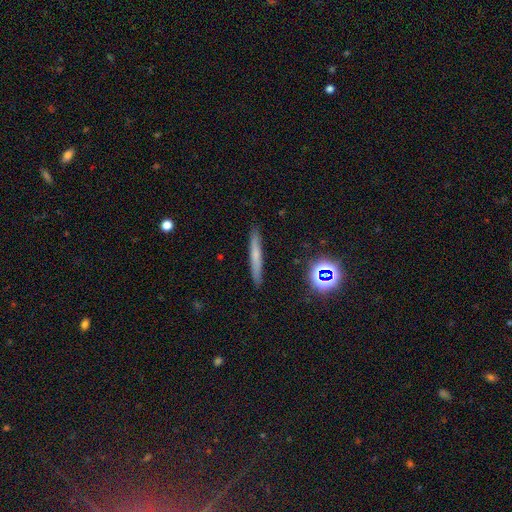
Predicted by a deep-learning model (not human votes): Morphology: type=smooth (56%); roundness=cigar-shaped (94%); merging=none (90%).